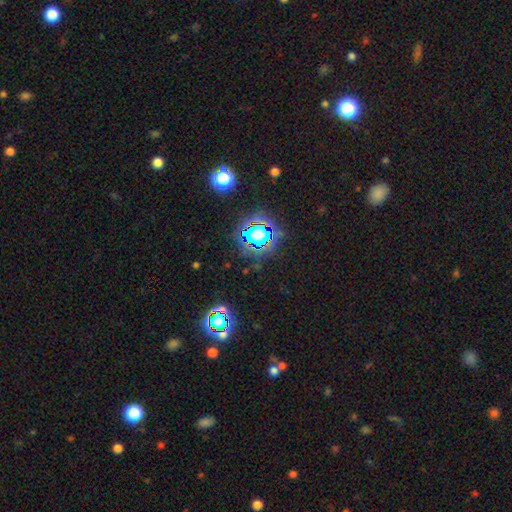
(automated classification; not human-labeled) Overall: star or artifact (78%).